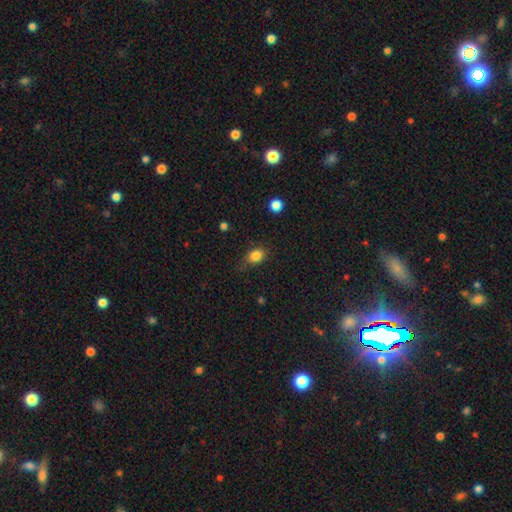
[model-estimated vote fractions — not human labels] Smooth or featured? Predicted: smooth (p=0.84). How rounded? Predicted: in between (p=0.54). Merging? Predicted: none (p=0.69).